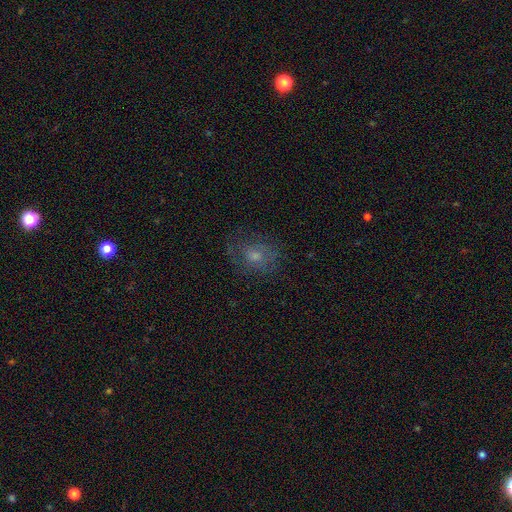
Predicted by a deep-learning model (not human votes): Morphology: type=smooth (48%); merging=none (64%).